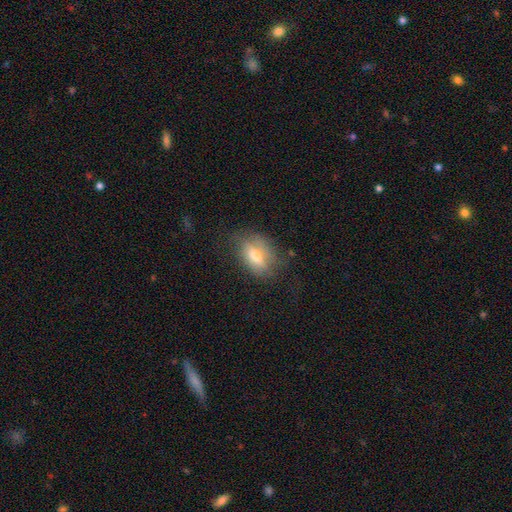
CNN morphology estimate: smooth 63%, featured or disk 28%, star or artifact 10%. Down the decision tree: how rounded — in between (81%); merging — none (63%).